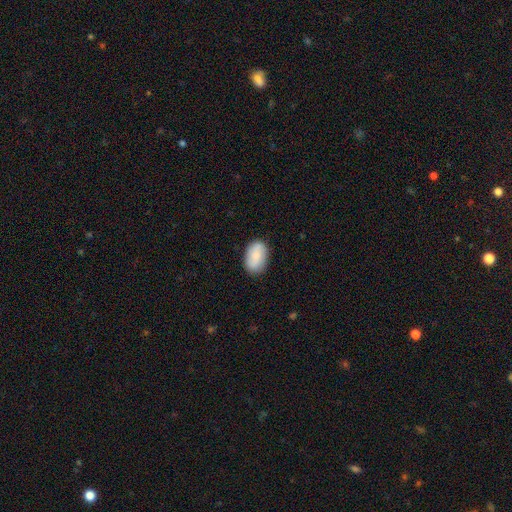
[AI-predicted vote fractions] smooth-or-featured: smooth: 80% | featured or disk: 13% | star or artifact: 7%
  how-rounded: in between: 89% | round: 10% | cigar-shaped: 1%
  merging: none: 83% | minor disturbance: 13% | major disturbance: 3% | merger: 1%